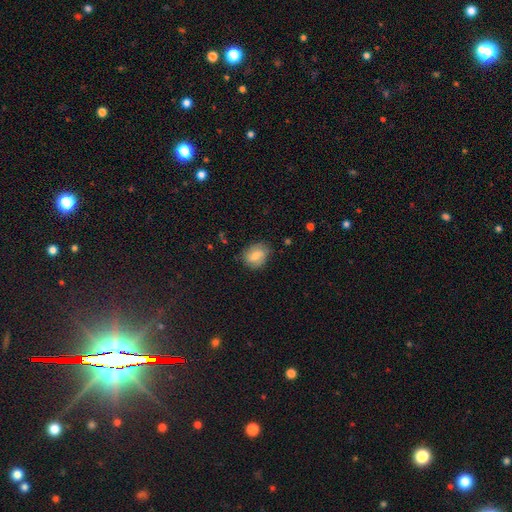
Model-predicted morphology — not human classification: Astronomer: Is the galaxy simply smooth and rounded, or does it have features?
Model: smooth — 63%.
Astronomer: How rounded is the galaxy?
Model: round — 54% (runner-up: in between, 45%).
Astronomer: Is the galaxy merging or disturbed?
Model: none — 75%.